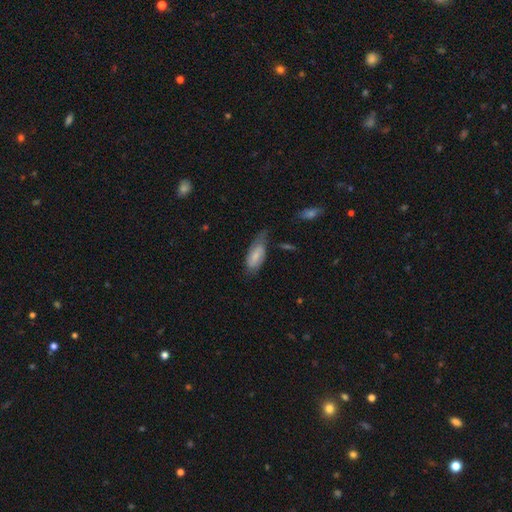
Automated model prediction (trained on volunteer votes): A smooth galaxy with no disk features (58%) that is in between round and cigar-shaped (85%).

Vote fractions:
- Smooth or featured? smooth: 58% / featured or disk: 35% / star or artifact: 7%
- How rounded? in between: 85% / cigar-shaped: 13% / round: 2%
- Merging? none: 45% / minor disturbance: 35% / major disturbance: 17% / merger: 3%